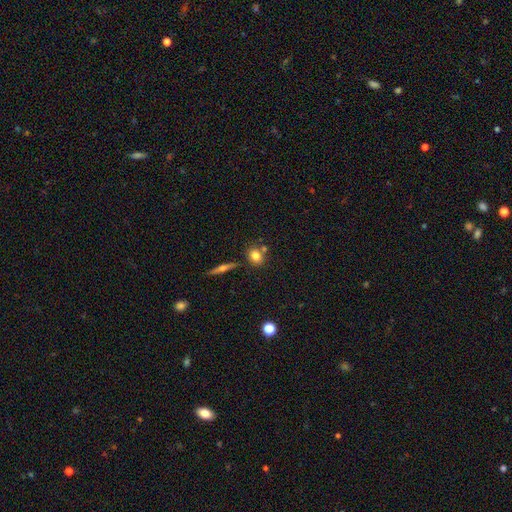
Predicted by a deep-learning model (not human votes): smooth-or-featured: smooth: 77% | featured or disk: 13% | star or artifact: 11%
  how-rounded: round: 70% | in between: 27% | cigar-shaped: 3%
  merging: none: 68% | merger: 17% | minor disturbance: 11% | major disturbance: 3%